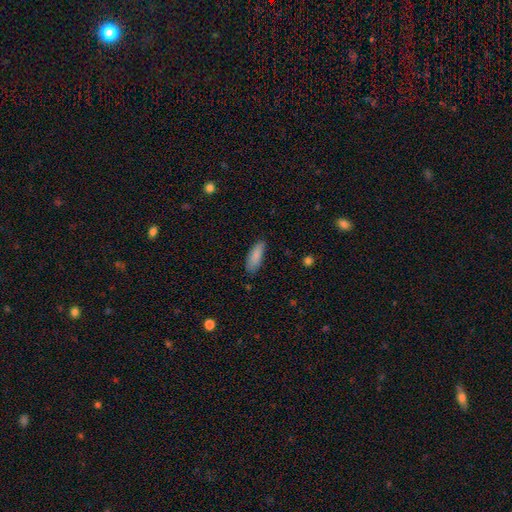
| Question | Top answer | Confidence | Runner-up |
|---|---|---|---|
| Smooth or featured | smooth | 84% | featured or disk (11%) |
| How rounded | in between | 66% | cigar-shaped (34%) |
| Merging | none | 72% | minor disturbance (25%) |